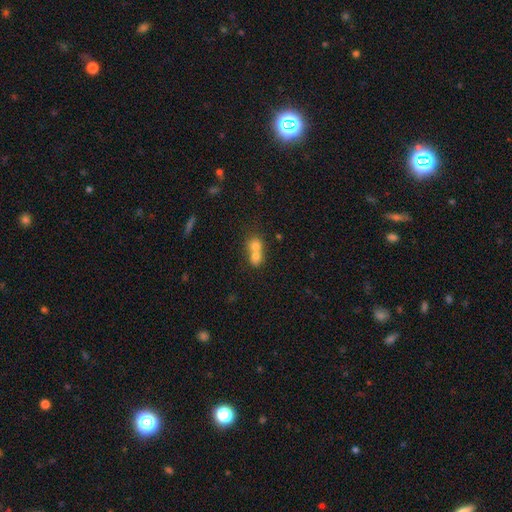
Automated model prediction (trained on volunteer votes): smooth 73%, featured or disk 16%, star or artifact 11%. Down the decision tree: how rounded — round (64%); merging — merger (71%).